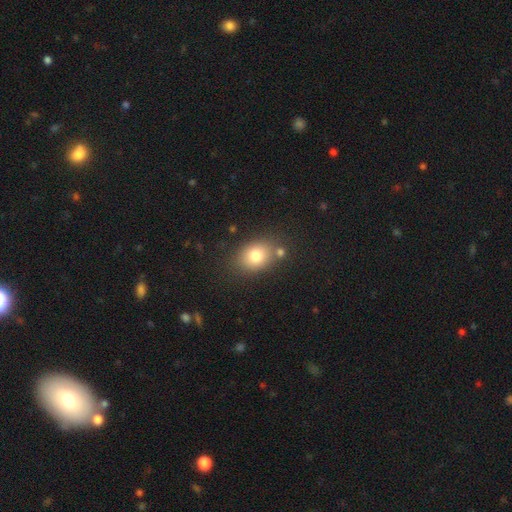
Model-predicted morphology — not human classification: This is likely a smooth galaxy (80%). How rounded: likely in between (62%). Merging: likely none (70%).